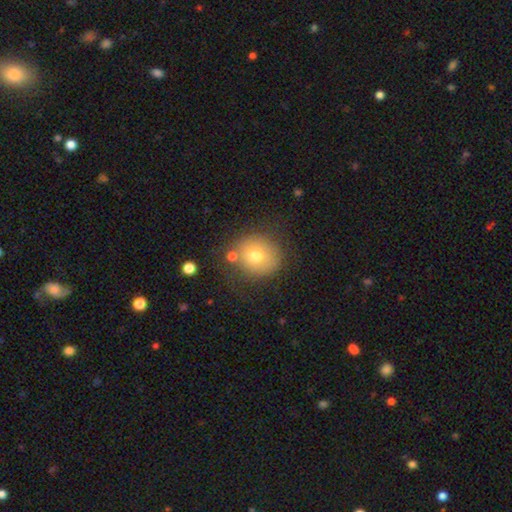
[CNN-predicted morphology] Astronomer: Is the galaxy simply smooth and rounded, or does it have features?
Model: smooth — 70%.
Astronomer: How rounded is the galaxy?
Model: round — 86%.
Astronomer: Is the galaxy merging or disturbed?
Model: none — 71%.